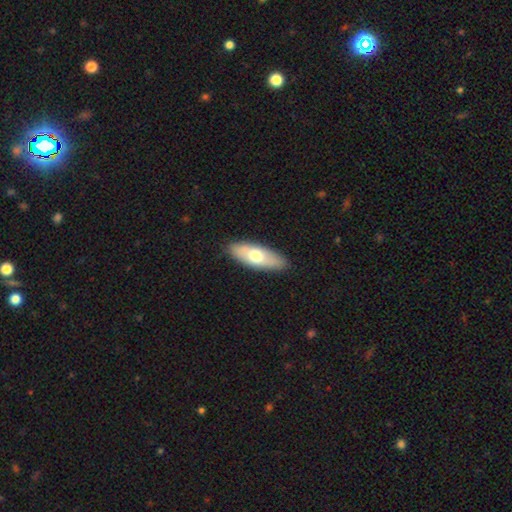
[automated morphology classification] Smooth or featured? smooth (64%)
How rounded? in between (69%)
Merging? none (87%)